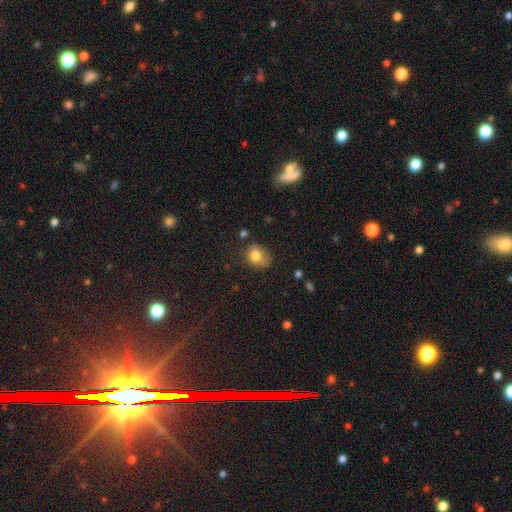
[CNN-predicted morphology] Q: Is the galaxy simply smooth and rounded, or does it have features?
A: smooth — 77%.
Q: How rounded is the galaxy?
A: round — 51%.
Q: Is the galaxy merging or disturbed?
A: none — 57%.